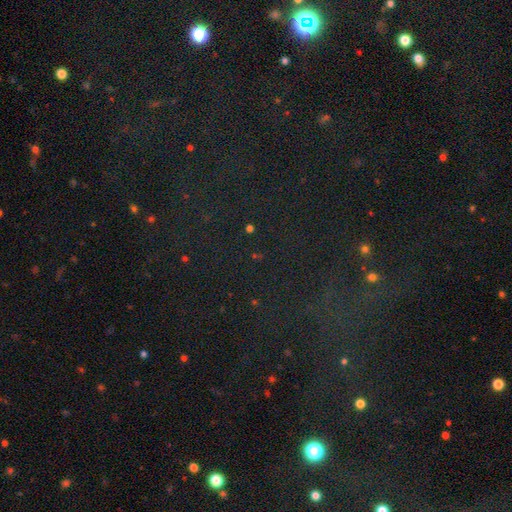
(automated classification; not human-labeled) A star or artifact, not a galaxy (74%).

Vote fractions:
- Smooth or featured? star or artifact: 74% / smooth: 16% / featured or disk: 10%